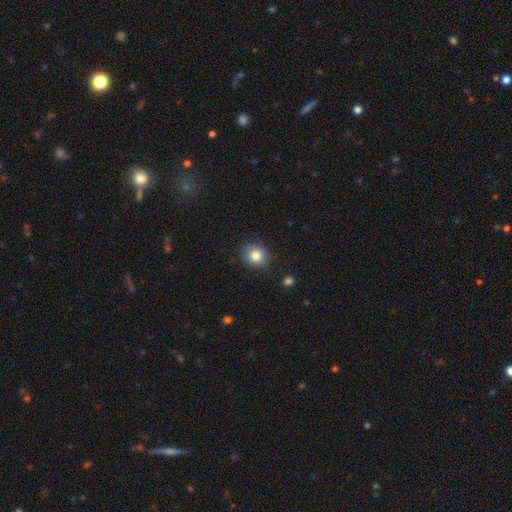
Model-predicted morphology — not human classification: smooth-or-featured: smooth: 81% | star or artifact: 10% | featured or disk: 9%
  how-rounded: round: 79% | in between: 20% | cigar-shaped: 1%
  merging: none: 85% | minor disturbance: 12% | major disturbance: 3% | merger: 1%